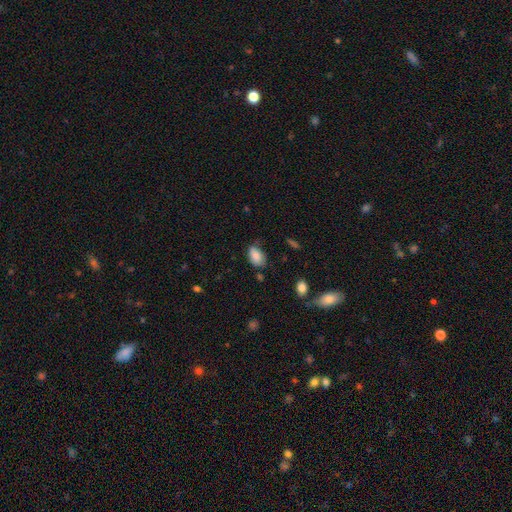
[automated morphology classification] A smooth galaxy with no disk features (84%) that is in between round and cigar-shaped (89%).

Vote fractions:
- Smooth or featured? smooth: 84% / featured or disk: 8% / star or artifact: 8%
- How rounded? in between: 89% / round: 10% / cigar-shaped: 2%
- Merging? none: 54% / minor disturbance: 34% / major disturbance: 8% / merger: 3%